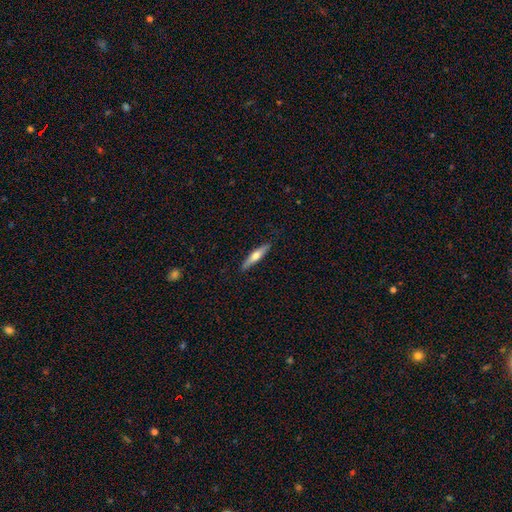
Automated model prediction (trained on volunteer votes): Smooth or featured: smooth — 52% (featured or disk — 43%)
How rounded: cigar-shaped — 83% (in between — 15%)
Merging: none — 86% (minor disturbance — 11%)